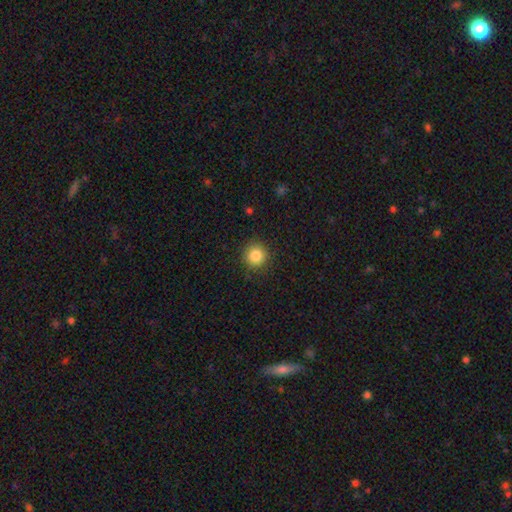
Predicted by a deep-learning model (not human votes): This is clearly a smooth galaxy (85%). How rounded: clearly round (93%). Merging: clearly none (89%).